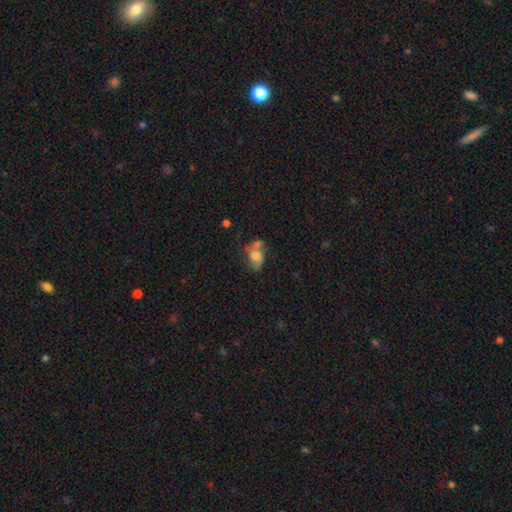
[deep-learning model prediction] This appears to be a smooth galaxy with no disk features (62%) that is in between round and cigar-shaped (75%). Merging: merger (33%).